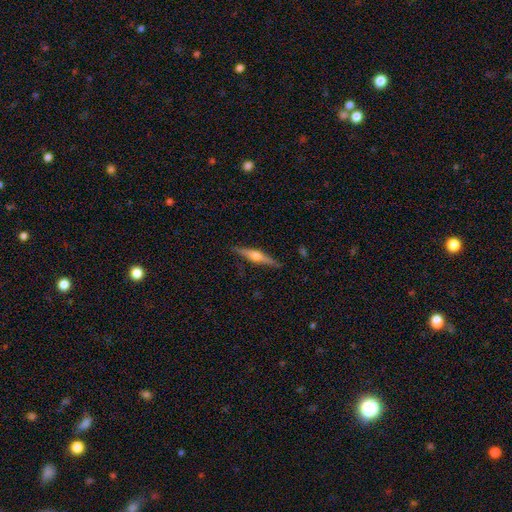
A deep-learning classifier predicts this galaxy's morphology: This is likely a featured or disk galaxy (69%). It is clearly viewed edge-on (97%). Edge-on bulge: clearly rounded (92%). Merging: clearly none (88%).